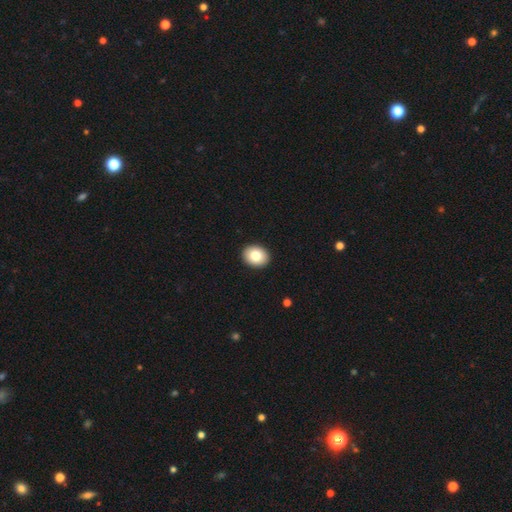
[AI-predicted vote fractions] Overall: smooth (82%). How rounded: in between (57%; round 42%). Merging: none (92%).